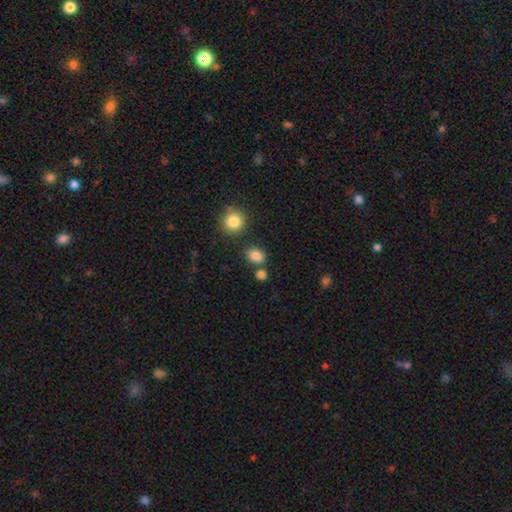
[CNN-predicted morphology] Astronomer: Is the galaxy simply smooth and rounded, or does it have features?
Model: smooth — 83%.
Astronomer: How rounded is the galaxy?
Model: in between — 50% (runner-up: round, 48%).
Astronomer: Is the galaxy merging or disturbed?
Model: none — 74%.